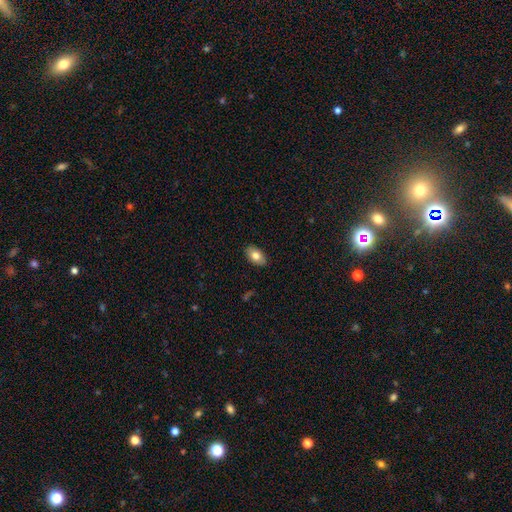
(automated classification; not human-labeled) A smooth galaxy with no disk features (79%) that is in between round and cigar-shaped (92%). Merging: none (89%).